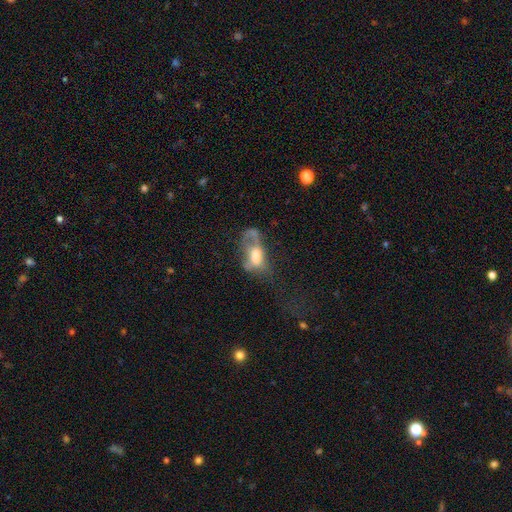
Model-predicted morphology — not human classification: Smooth or featured?
  - smooth: 46% *
  - featured or disk: 44%
  - star or artifact: 11%
Merging?
  - major disturbance: 53% *
  - none: 20%
  - minor disturbance: 18%
  - merger: 9%